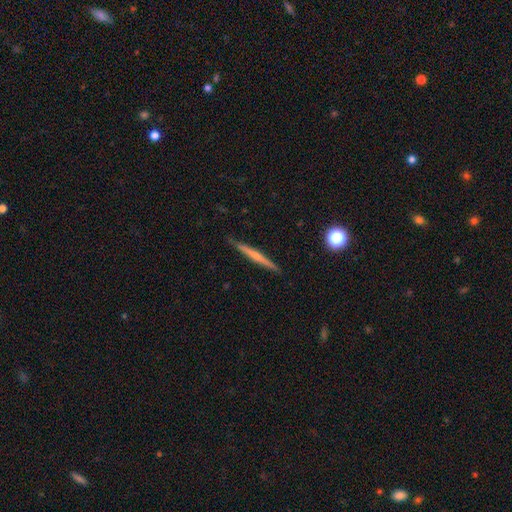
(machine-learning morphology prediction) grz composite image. It shows a featured or disk galaxy (60%) viewed edge-on (97%) with a rounded central bulge (54%). Merging: none (89%).